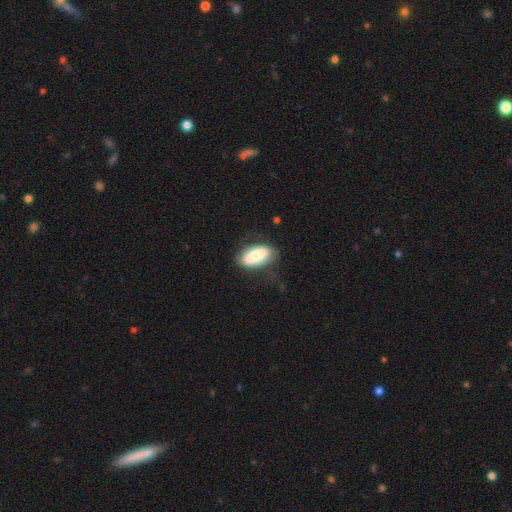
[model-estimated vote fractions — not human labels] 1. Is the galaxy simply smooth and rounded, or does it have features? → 72% smooth, 21% featured or disk, 6% star or artifact.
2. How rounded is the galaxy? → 88% in between, 9% cigar-shaped, 3% round.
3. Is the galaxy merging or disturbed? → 65% none, 23% minor disturbance, 10% major disturbance, 2% merger.